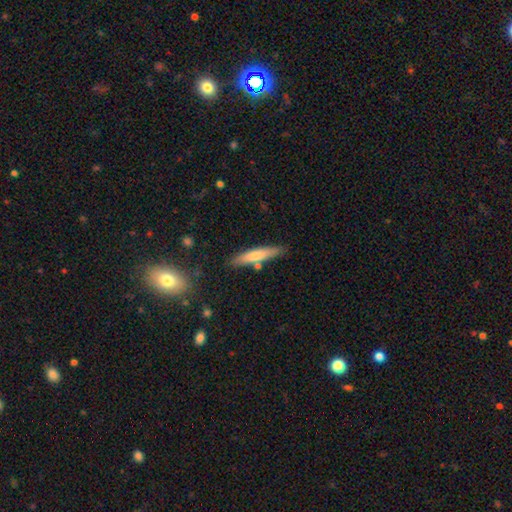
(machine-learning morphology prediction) Smooth or featured?
  - smooth: 70% *
  - featured or disk: 24%
  - star or artifact: 6%
How rounded?
  - cigar-shaped: 87% *
  - in between: 12%
  - round: 1%
Merging?
  - none: 81% *
  - minor disturbance: 12%
  - merger: 6%
  - major disturbance: 2%